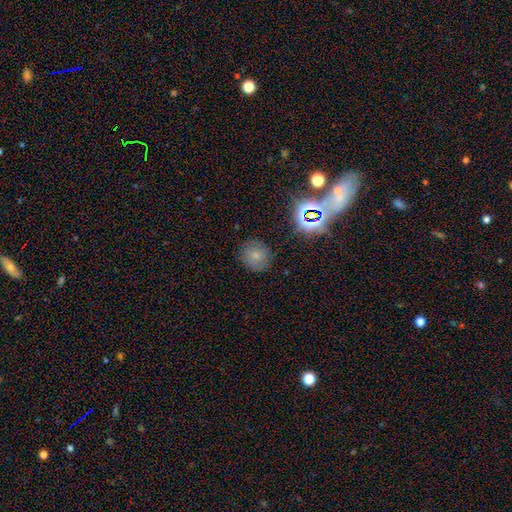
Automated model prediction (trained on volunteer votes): The model was most divided on "smooth or featured": smooth: 73%, star or artifact: 17%, featured or disk: 10%. More confident: merging — none (84%); how rounded — round (82%).